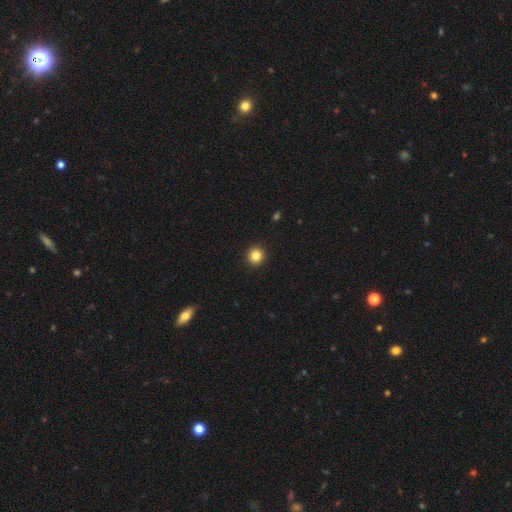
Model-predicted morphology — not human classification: A smooth galaxy with no disk features (84%) that is round (94%).

Vote fractions:
- Smooth or featured? smooth: 84% / star or artifact: 11% / featured or disk: 5%
- How rounded? round: 94% / in between: 6% / cigar-shaped: 1%
- Merging? none: 93% / minor disturbance: 4% / major disturbance: 1% / merger: 1%